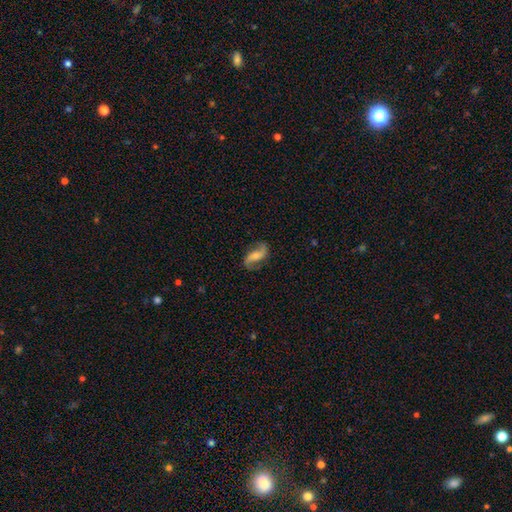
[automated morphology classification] Overall: featured or disk (79%). Edge-on disk: no (95%). Bar: no (41%; weak 36%). Spiral arms: yes (95%). Spiral arm count: 2 (93%). Spiral winding: loose (69%). Bulge size: moderate (44%; small 41%). Merging: none (81%).